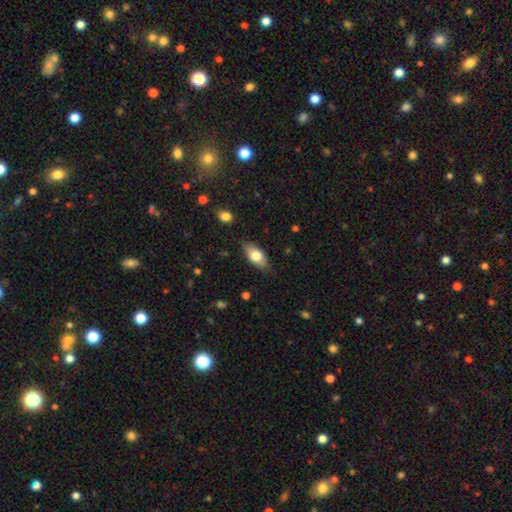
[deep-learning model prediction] A smooth galaxy with no disk features (74%) that is in between round and cigar-shaped (88%). Merging: none (83%).